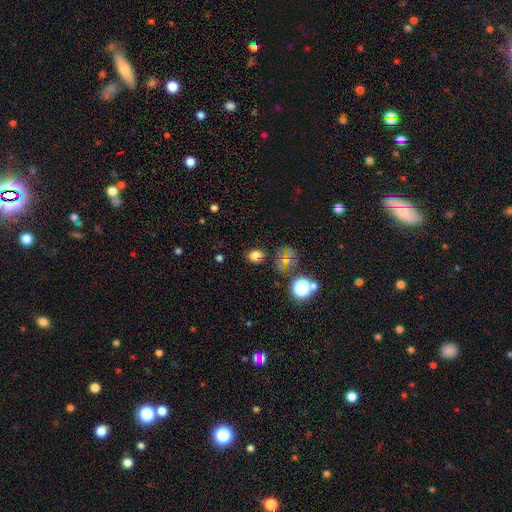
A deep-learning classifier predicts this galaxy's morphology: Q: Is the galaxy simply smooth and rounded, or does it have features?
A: smooth — 74%.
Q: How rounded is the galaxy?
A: in between — 55%.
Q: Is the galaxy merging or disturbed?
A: none — 80%.